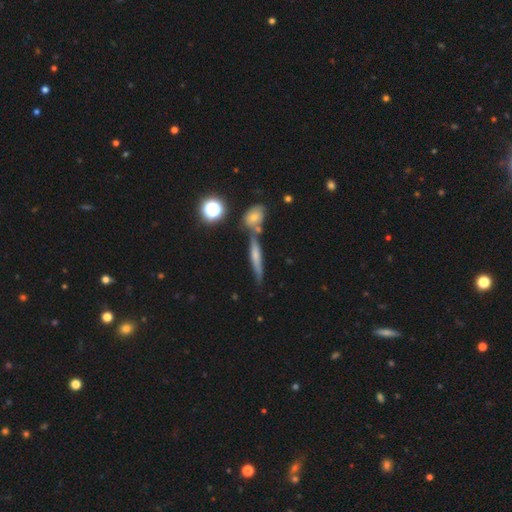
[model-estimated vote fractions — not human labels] This appears to be a smooth galaxy with no disk features (50%) that is cigar-shaped (83%). Merging: none (62%).